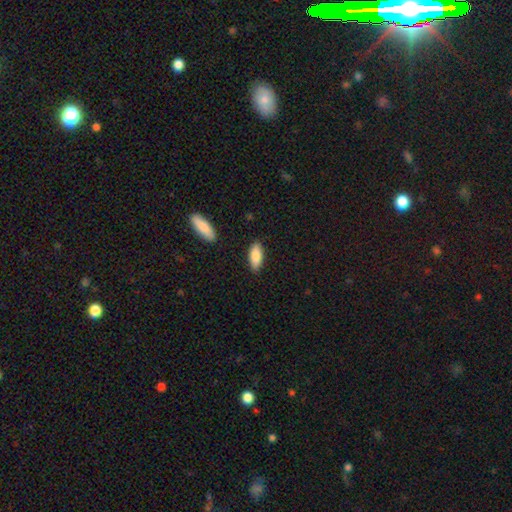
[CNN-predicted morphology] This is clearly a smooth galaxy (84%). How rounded: likely in between (75%). Merging: clearly none (86%).